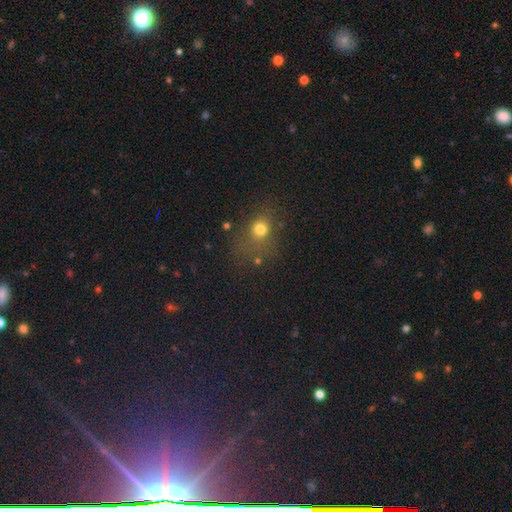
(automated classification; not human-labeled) Overall: smooth (55%; star or artifact 35%). How rounded: round (67%; in between 31%). Merging: none (67%).